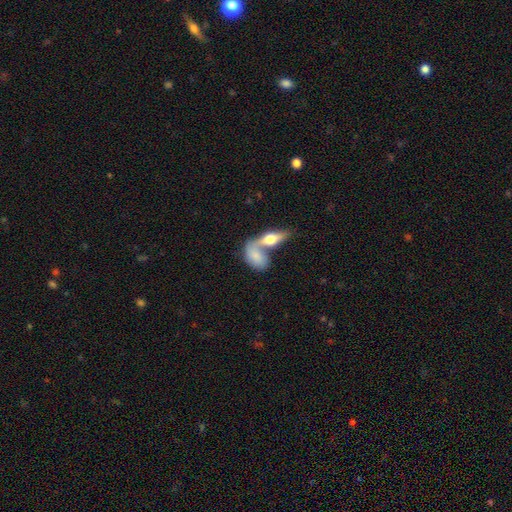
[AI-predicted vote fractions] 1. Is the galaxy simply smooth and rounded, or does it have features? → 67% smooth, 27% featured or disk, 6% star or artifact.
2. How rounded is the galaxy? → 83% in between, 10% cigar-shaped, 7% round.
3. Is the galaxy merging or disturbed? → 63% merger, 22% none, 9% minor disturbance, 6% major disturbance.